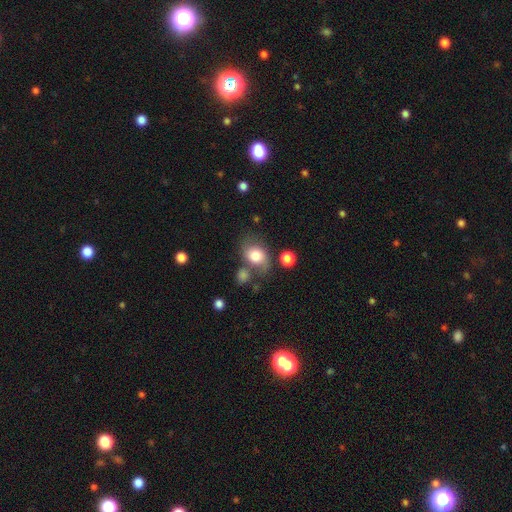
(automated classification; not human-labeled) Smooth or featured? smooth (72%)
How rounded? in between (61%)
Merging? none (57%)